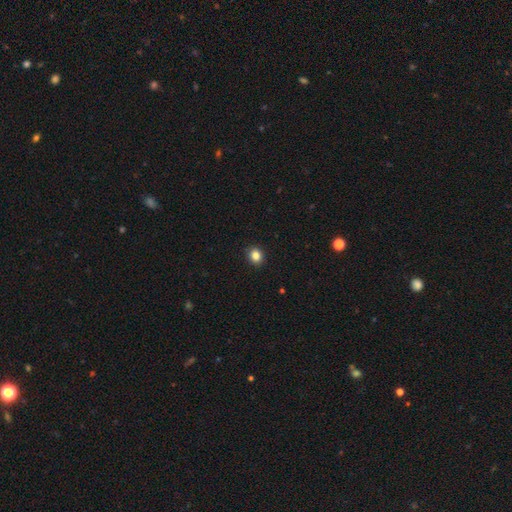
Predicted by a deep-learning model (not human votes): Q: Smooth or featured?
A: smooth (84%); runner-up: star or artifact (11%)
Q: How rounded?
A: round (72%); runner-up: in between (27%)
Q: Merging?
A: none (92%); runner-up: minor disturbance (6%)